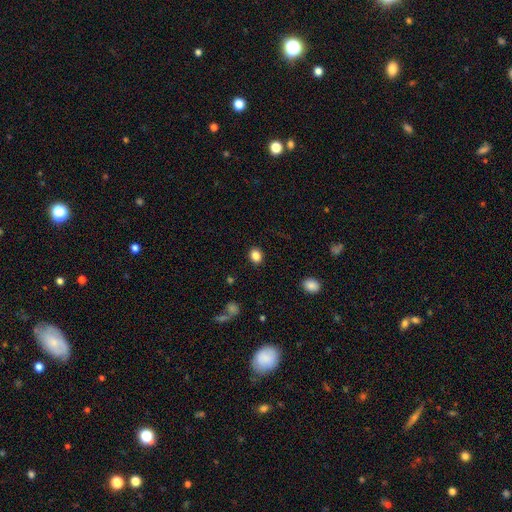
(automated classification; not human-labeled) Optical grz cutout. It shows a smooth galaxy with no disk features (86%) that is round (51%). Merging: none (89%).